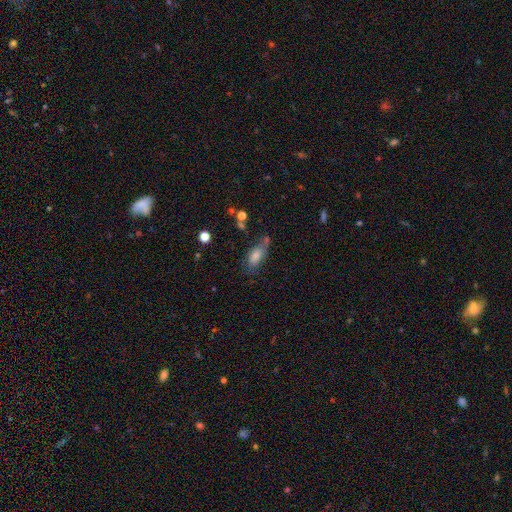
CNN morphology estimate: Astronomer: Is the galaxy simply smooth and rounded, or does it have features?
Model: smooth — 69%.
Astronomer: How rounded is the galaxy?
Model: in between — 83%.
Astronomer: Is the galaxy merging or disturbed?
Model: none — 50% (runner-up: minor disturbance, 28%).